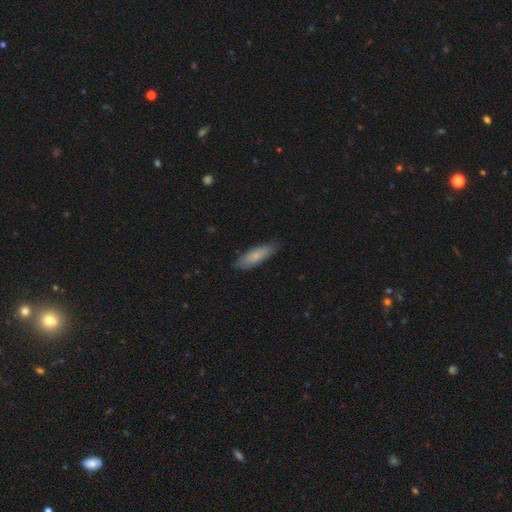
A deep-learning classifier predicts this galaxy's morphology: Overall: smooth (78%). How rounded: in between (49%, tied with cigar-shaped). Merging: none (82%).